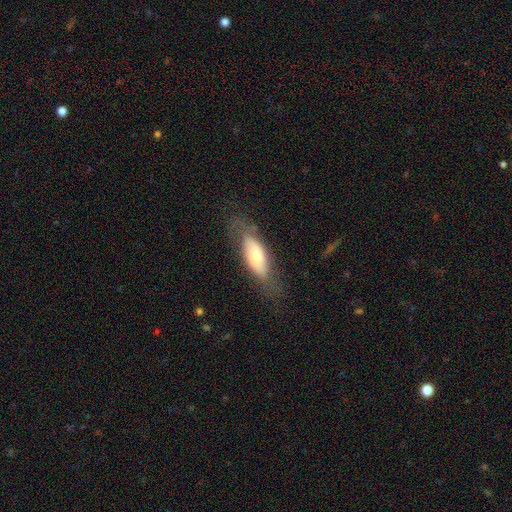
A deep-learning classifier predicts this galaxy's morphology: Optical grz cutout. It shows a smooth galaxy with no disk features (52%) that is in between round and cigar-shaped (74%). Merging: none (65%).